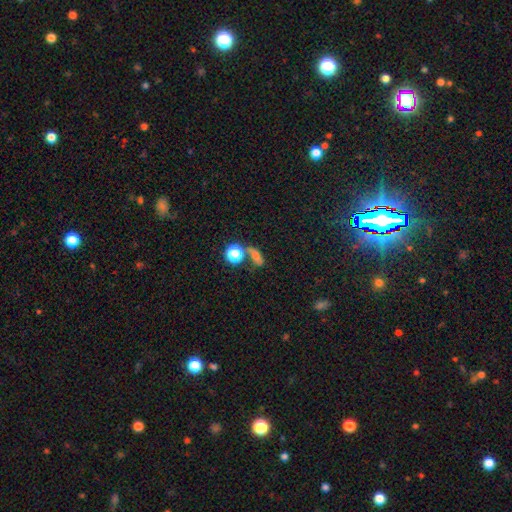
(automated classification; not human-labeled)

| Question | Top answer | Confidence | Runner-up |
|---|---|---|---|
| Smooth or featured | smooth | 56% | star or artifact (23%) |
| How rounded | in between | 52% | round (31%) |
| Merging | none | 42% | merger (26%) |